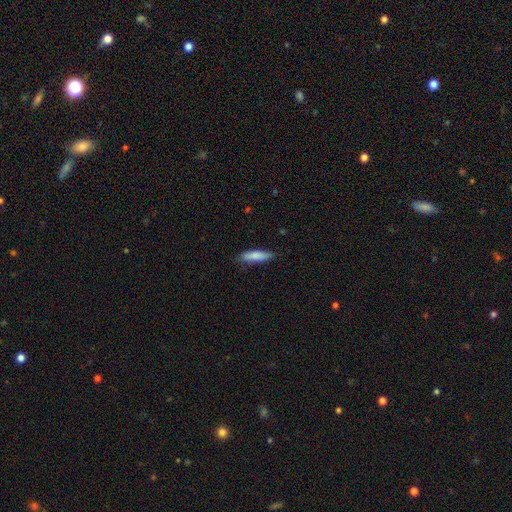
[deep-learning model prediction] Smooth or featured: smooth — 83% (featured or disk — 11%)
How rounded: cigar-shaped — 69% (in between — 30%)
Merging: none — 80% (minor disturbance — 16%)